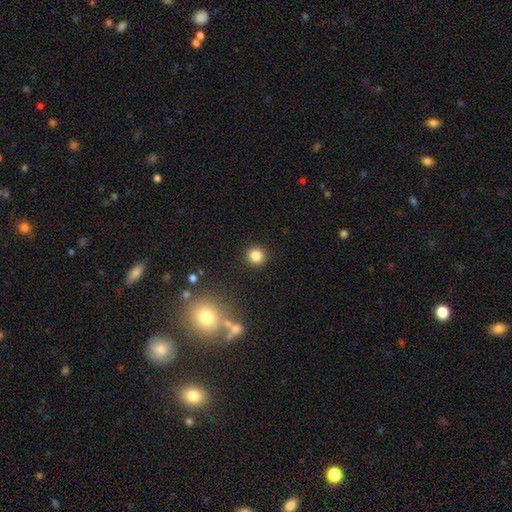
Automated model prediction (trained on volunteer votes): smooth-or-featured: smooth: 83% | star or artifact: 12% | featured or disk: 5%
  how-rounded: round: 93% | in between: 6% | cigar-shaped: 1%
  merging: none: 92% | minor disturbance: 5% | major disturbance: 2% | merger: 2%